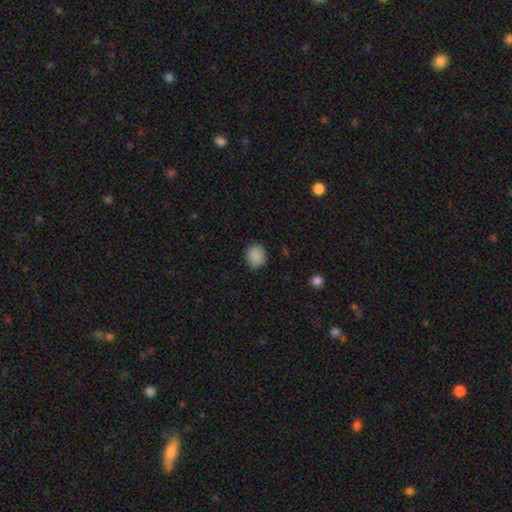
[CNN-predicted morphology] Overall: smooth (89%). How rounded: round (70%). Merging: none (87%).